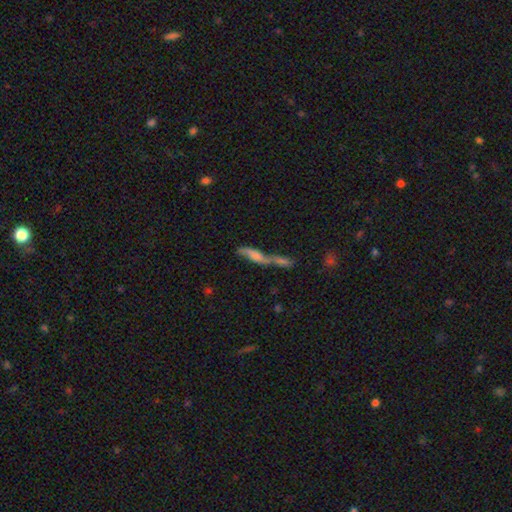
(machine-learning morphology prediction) The model was most divided on "smooth or featured": smooth: 48%, featured or disk: 42%, star or artifact: 10%. More confident: merging — merger (65%).